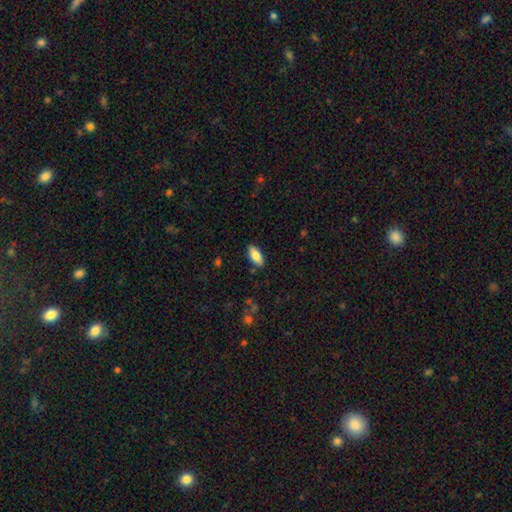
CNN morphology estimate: The model was most divided on "smooth or featured": smooth: 78%, featured or disk: 16%, star or artifact: 6%. More confident: merging — none (87%); how rounded — in between (81%).